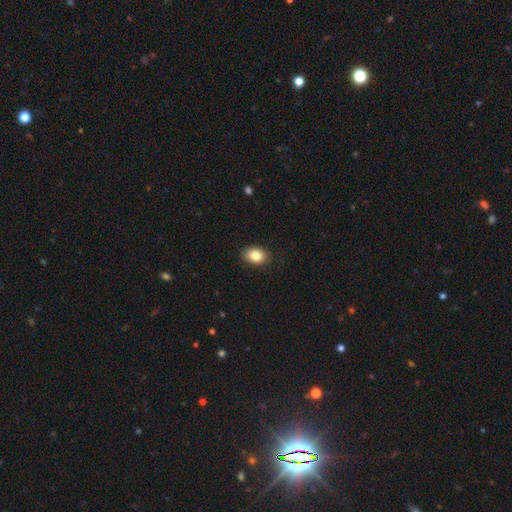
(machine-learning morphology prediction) smooth-or-featured: smooth: 85% | star or artifact: 8% | featured or disk: 7%
  how-rounded: in between: 76% | round: 23% | cigar-shaped: 1%
  merging: none: 86% | minor disturbance: 11% | major disturbance: 2% | merger: 1%